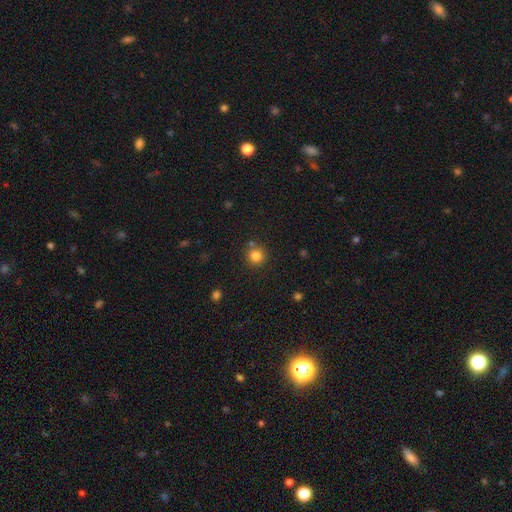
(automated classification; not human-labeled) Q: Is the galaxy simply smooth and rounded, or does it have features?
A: smooth — 83%.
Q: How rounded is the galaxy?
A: round — 94%.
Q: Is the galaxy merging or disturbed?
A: none — 81%.